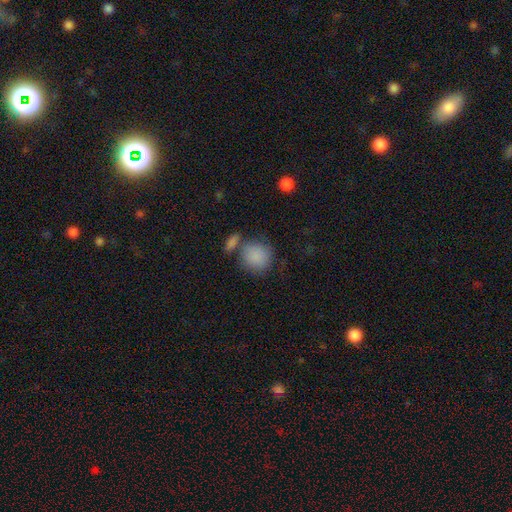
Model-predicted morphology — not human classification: A smooth galaxy with no disk features (87%) that is round (81%).

Vote fractions:
- Smooth or featured? smooth: 87% / star or artifact: 7% / featured or disk: 6%
- How rounded? round: 81% / in between: 17% / cigar-shaped: 1%
- Merging? none: 58% / merger: 20% / minor disturbance: 15% / major disturbance: 7%